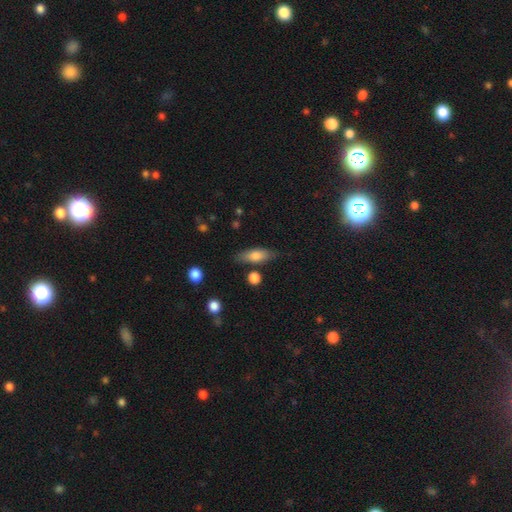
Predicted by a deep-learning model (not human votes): Smooth or featured? Predicted: smooth (p=0.73). How rounded? Predicted: in between (p=0.62). Merging? Predicted: none (p=0.76).